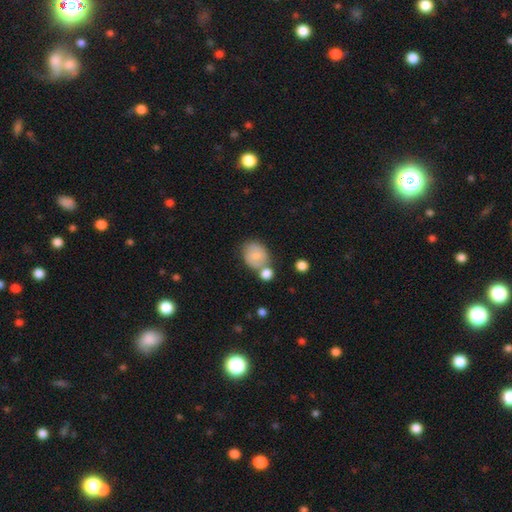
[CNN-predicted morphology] This is likely a smooth galaxy (74%). How rounded: likely round (62%). Merging: possibly none (50%).